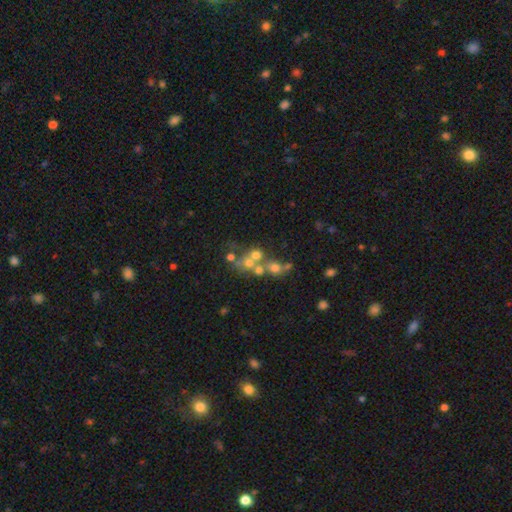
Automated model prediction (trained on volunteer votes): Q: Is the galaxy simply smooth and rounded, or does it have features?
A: smooth — 45%.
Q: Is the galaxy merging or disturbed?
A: merger — 48%.